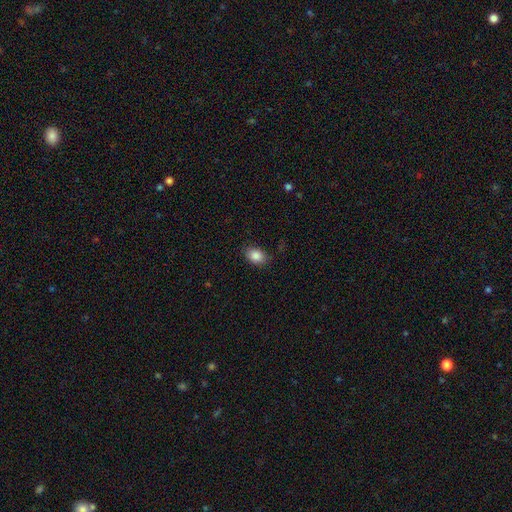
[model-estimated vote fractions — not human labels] A smooth galaxy with no disk features (87%) that is in between round and cigar-shaped (78%). Merging: none (81%).